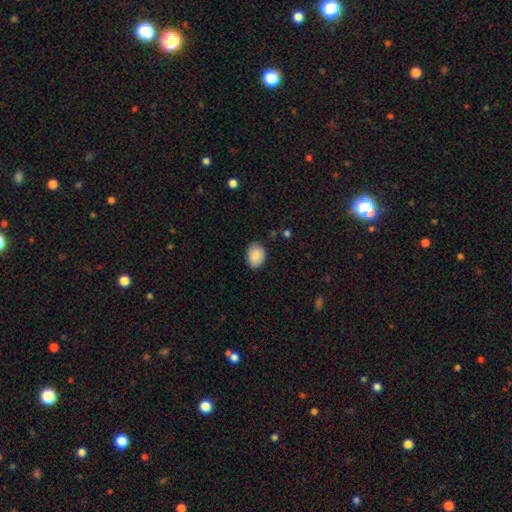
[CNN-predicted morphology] Q: Smooth or featured?
A: smooth (87%); runner-up: star or artifact (7%)
Q: How rounded?
A: in between (59%); runner-up: round (40%)
Q: Merging?
A: none (78%); runner-up: minor disturbance (18%)